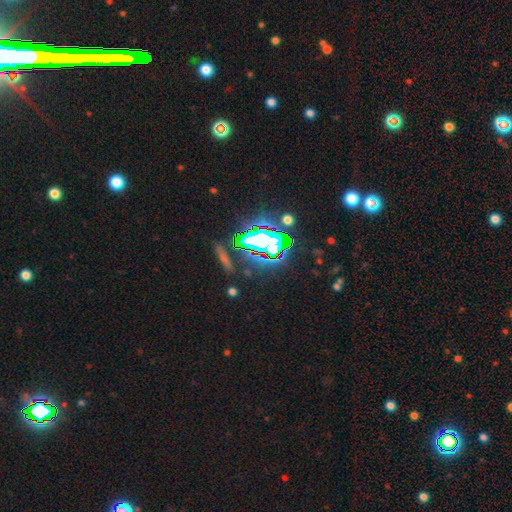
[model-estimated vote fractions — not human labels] Morphology: type=star or artifact (80%).